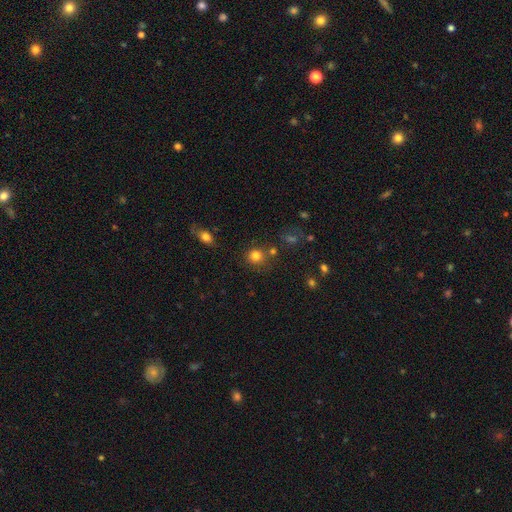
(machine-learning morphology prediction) Smooth or featured? Predicted: smooth (p=0.81). How rounded? Predicted: round (p=0.88). Merging? Predicted: none (p=0.77).